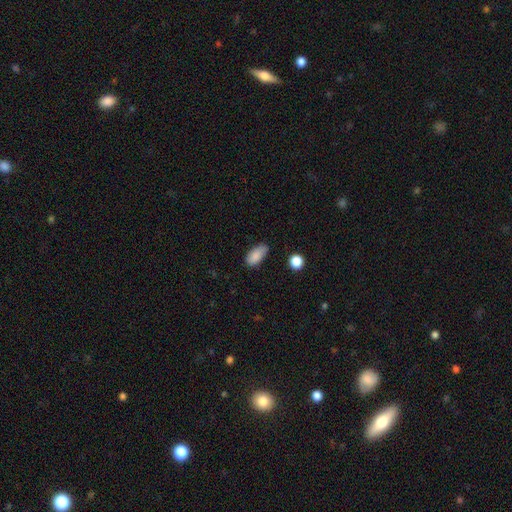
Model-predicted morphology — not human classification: Smooth or featured: smooth — 87% (star or artifact — 8%)
How rounded: in between — 90% (cigar-shaped — 6%)
Merging: none — 67% (minor disturbance — 26%)